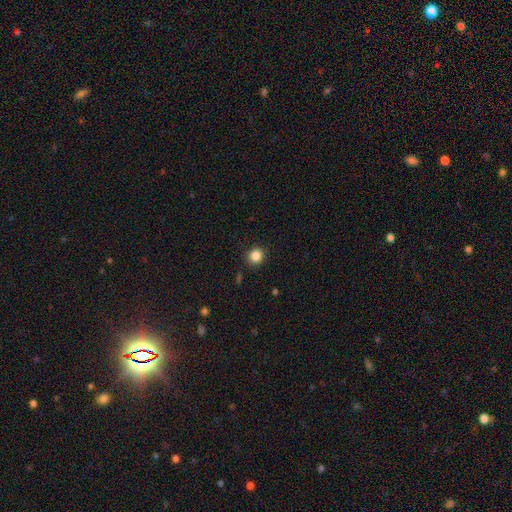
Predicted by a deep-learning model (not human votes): smooth_or_featured: smooth (p=0.85) [alt: star or artifact p=0.11]
how_rounded: round (p=0.91) [alt: in between p=0.09]
merging: none (p=0.90) [alt: minor disturbance p=0.06]